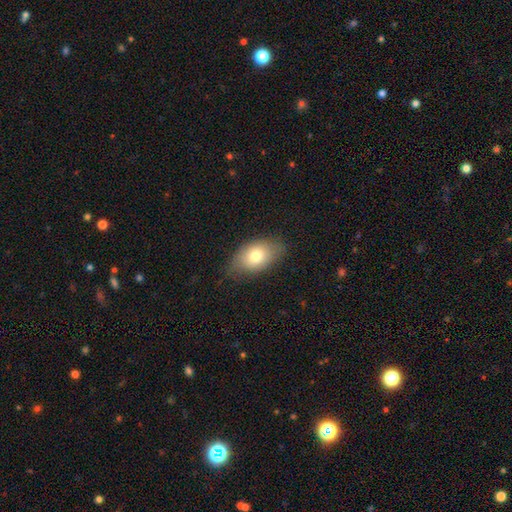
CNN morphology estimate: Smooth or featured: smooth — 76% (featured or disk — 16%)
How rounded: in between — 87% (round — 11%)
Merging: none — 74% (minor disturbance — 20%)